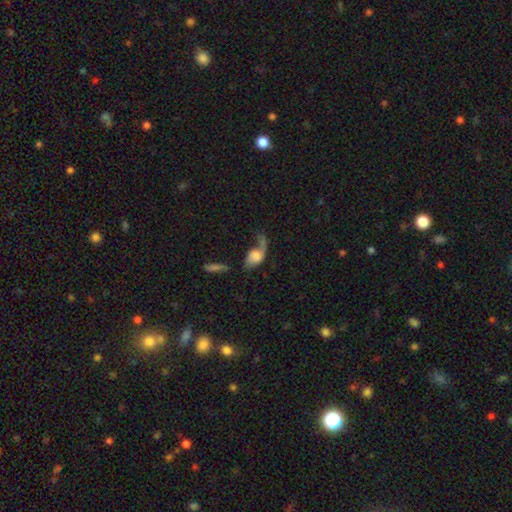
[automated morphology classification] Smooth or featured?
  - smooth: 51% *
  - featured or disk: 40%
  - star or artifact: 9%
How rounded?
  - in between: 80% *
  - round: 16%
  - cigar-shaped: 4%
Merging?
  - major disturbance: 47% *
  - none: 21%
  - minor disturbance: 17%
  - merger: 15%